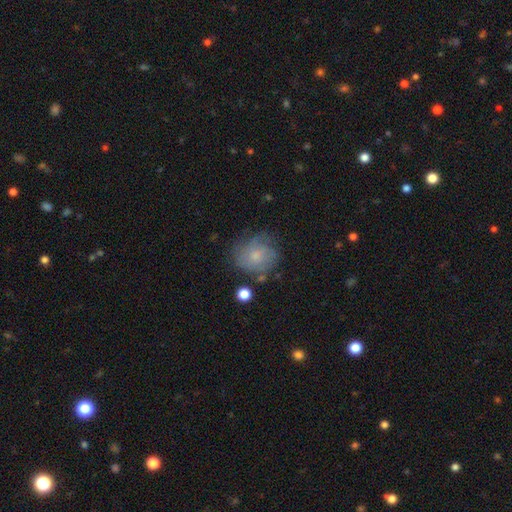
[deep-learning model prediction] smooth-or-featured: smooth: 53% | featured or disk: 38% | star or artifact: 10%
  how-rounded: round: 74% | in between: 25% | cigar-shaped: 1%
  merging: none: 60% | minor disturbance: 25% | major disturbance: 12% | merger: 3%